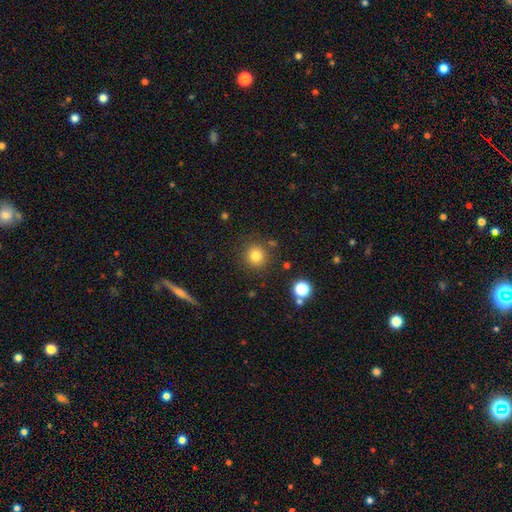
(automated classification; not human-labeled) smooth-or-featured: smooth: 81% | star or artifact: 13% | featured or disk: 6%
  how-rounded: round: 93% | in between: 6% | cigar-shaped: 1%
  merging: none: 86% | minor disturbance: 8% | merger: 4% | major disturbance: 3%